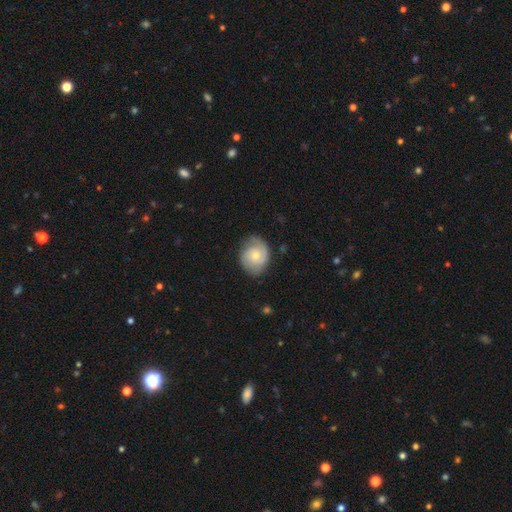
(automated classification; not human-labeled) The model was most divided on "bulge size" (2-way tie): moderate: 48%, small: 48%, large: 2%, none: 1%, dominant: 1%. Remaining: edge-on disk — no (97%); spiral arms — yes (88%); bar — no (75%); merging — none (71%); spiral arm count — 2 (62%); smooth or featured — featured or disk (60%); spiral winding — tight (47%).